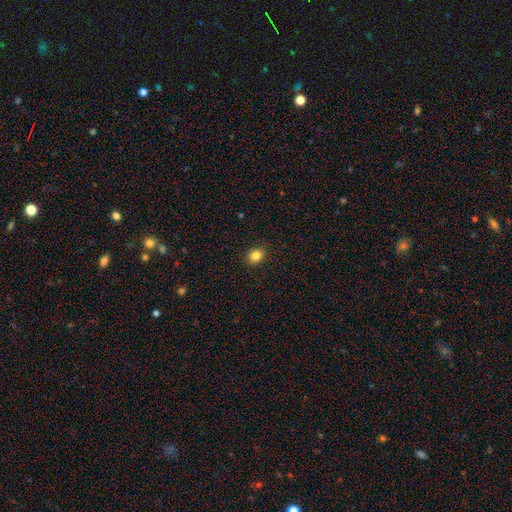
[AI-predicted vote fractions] This appears to be a smooth galaxy with no disk features (83%) that is round (63%). Merging: none (91%).